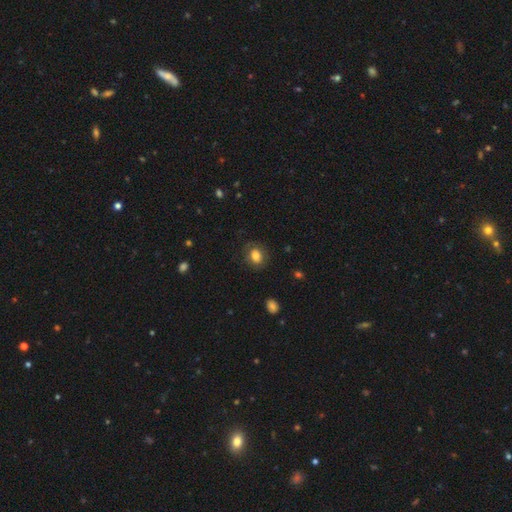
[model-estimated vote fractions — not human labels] The model was most divided on "how rounded": round: 56%, in between: 43%, cigar-shaped: 1%. More confident: merging — none (79%); smooth or featured — smooth (76%).